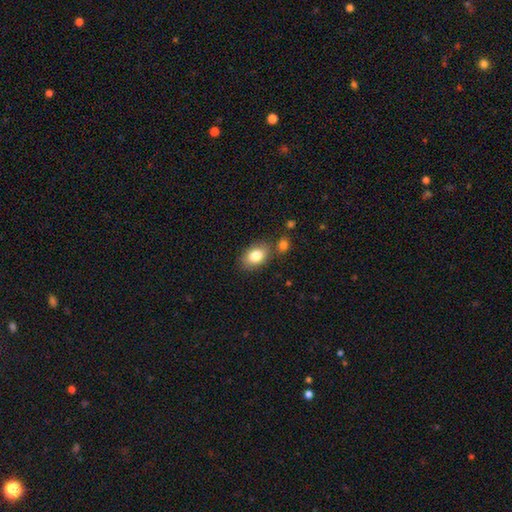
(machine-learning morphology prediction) Smooth or featured?
  - smooth: 82% *
  - featured or disk: 10%
  - star or artifact: 8%
How rounded?
  - in between: 82% *
  - round: 17%
  - cigar-shaped: 1%
Merging?
  - none: 71% *
  - minor disturbance: 14%
  - merger: 11%
  - major disturbance: 4%